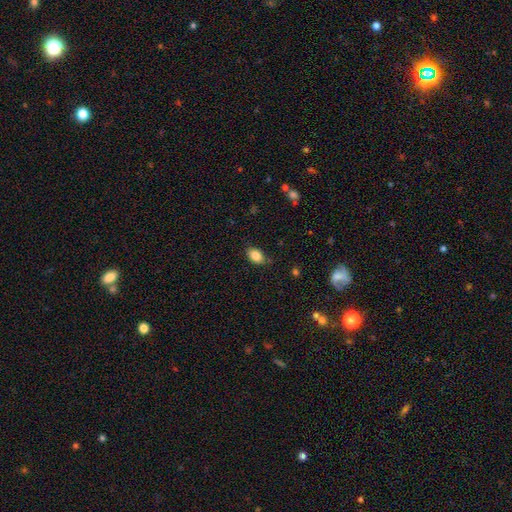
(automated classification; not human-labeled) Smooth or featured? smooth (85%)
How rounded? in between (85%)
Merging? none (81%)